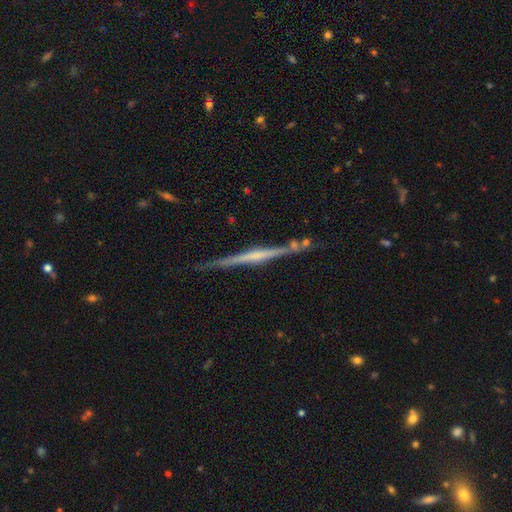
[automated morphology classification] This appears to be a featured or disk galaxy (76%) viewed edge-on (98%) with a rounded central bulge (41%). Merging: none (82%).